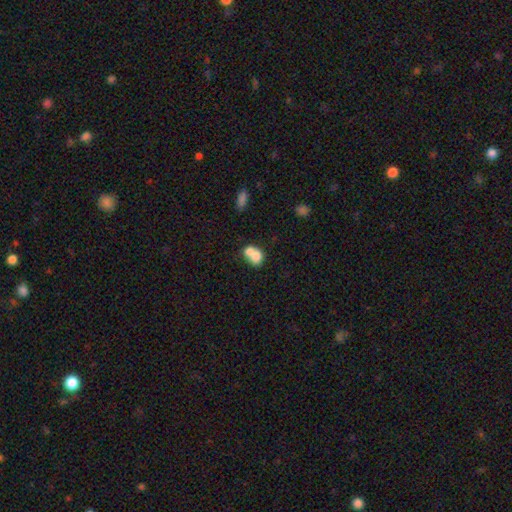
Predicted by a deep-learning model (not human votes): Smooth or featured? smooth (71%)
How rounded? round (51%)
Merging? merger (68%)